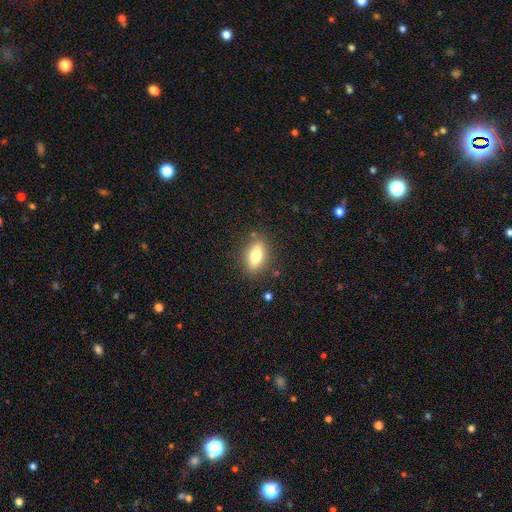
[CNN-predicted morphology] A smooth galaxy with no disk features (69%) that is in between round and cigar-shaped (80%). Merging: none (83%).